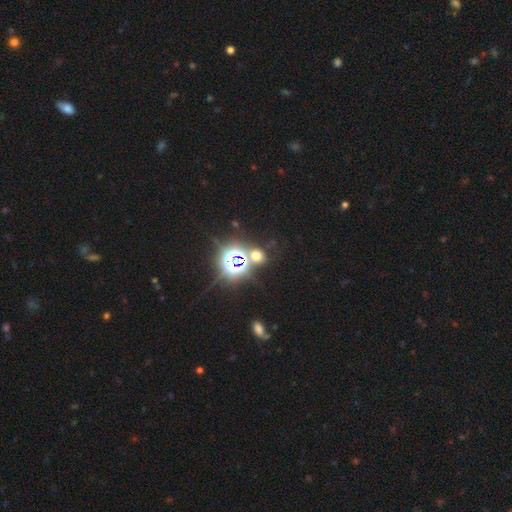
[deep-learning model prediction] Q: Smooth or featured?
A: star or artifact (51%); runner-up: smooth (42%)